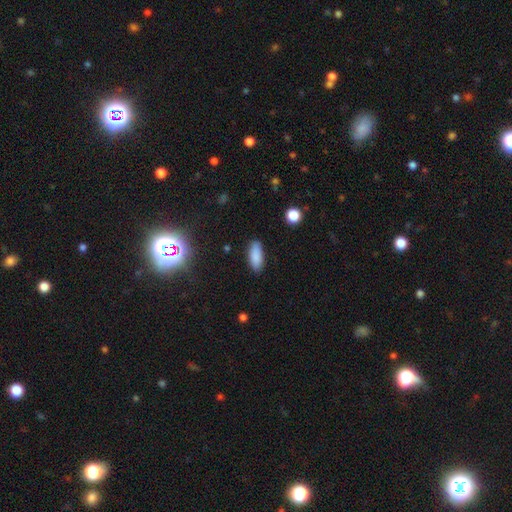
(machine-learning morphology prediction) type=smooth (87%); roundness=in between (80%); merging=none (86%).